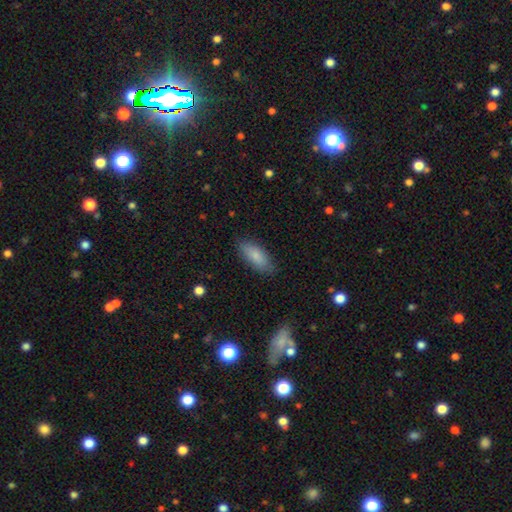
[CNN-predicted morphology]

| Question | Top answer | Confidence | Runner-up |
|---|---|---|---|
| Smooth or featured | smooth | 84% | featured or disk (9%) |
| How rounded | in between | 78% | cigar-shaped (20%) |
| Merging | none | 85% | minor disturbance (12%) |